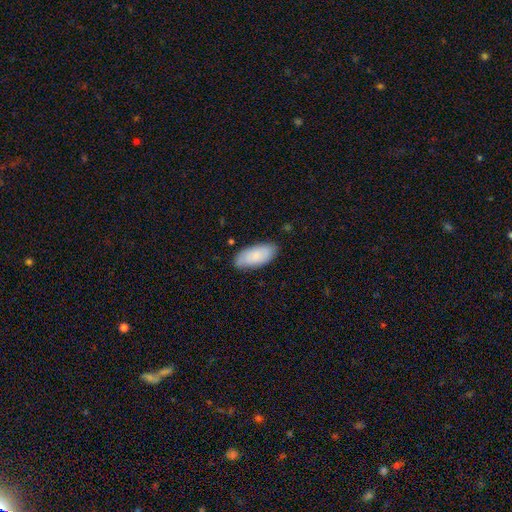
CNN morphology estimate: Overall: smooth (80%). How rounded: in between (90%). Merging: none (80%).